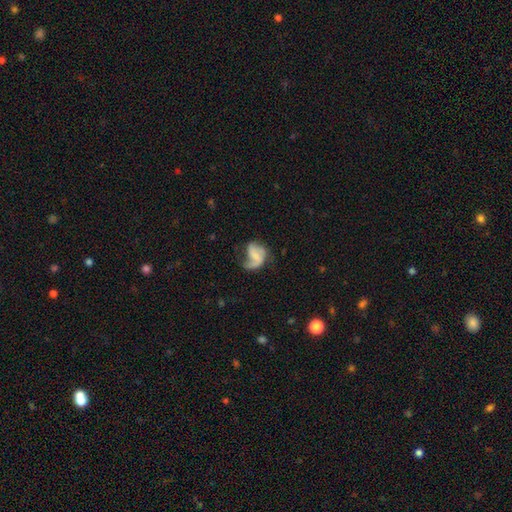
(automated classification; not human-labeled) This is likely a featured or disk galaxy (66%). It is clearly not viewed edge-on (98%). Bar: marginally no (44%). Spiral arm pattern: clearly yes (86%). Spiral arm count: possibly 2 (53%). Spiral winding: possibly loose (51%). Central bulge: marginally small (44%). Merging: marginally major disturbance (36%).